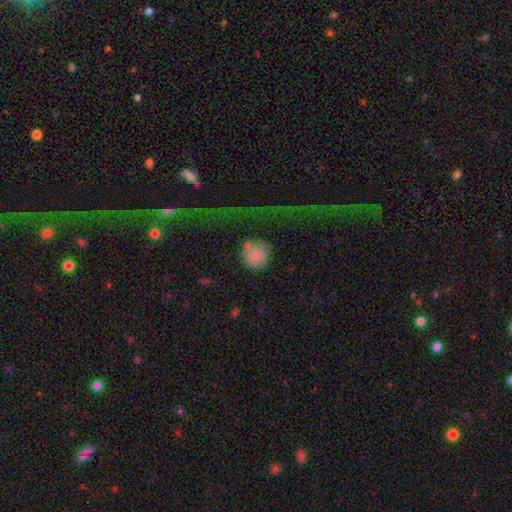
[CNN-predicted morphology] This appears to be a smooth galaxy with no disk features (78%) that is round (91%). Merging: none (61%).